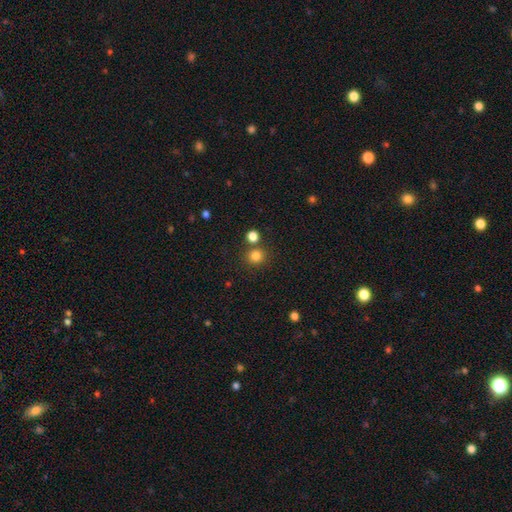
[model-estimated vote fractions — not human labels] Smooth or featured: smooth — 81% (star or artifact — 14%)
How rounded: round — 90% (in between — 9%)
Merging: none — 77% (merger — 14%)